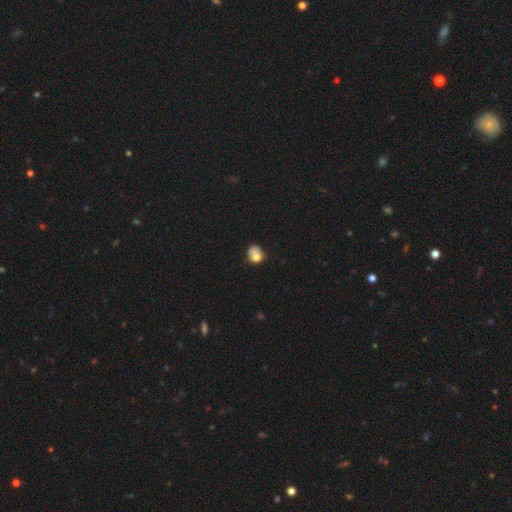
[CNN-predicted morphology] smooth_or_featured: smooth (p=0.72) [alt: featured or disk p=0.17]
how_rounded: round (p=0.59) [alt: in between p=0.40]
merging: none (p=0.36) [alt: minor disturbance p=0.26]